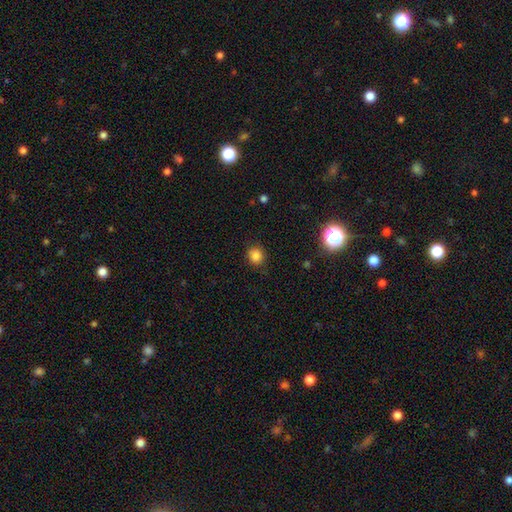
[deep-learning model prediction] A smooth galaxy with no disk features (82%) that is round (81%). Merging: none (85%).